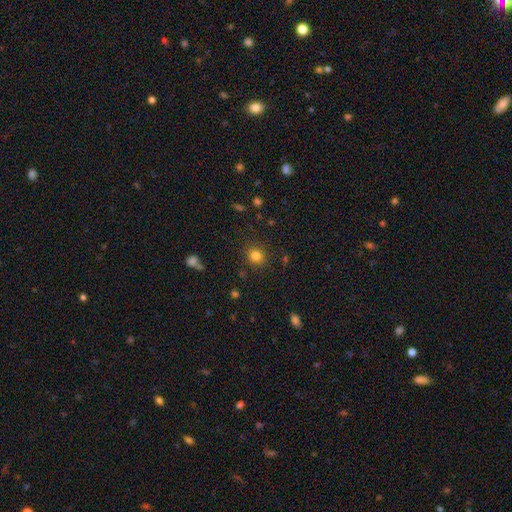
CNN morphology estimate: The model was most divided on "smooth or featured": smooth: 82%, star or artifact: 13%, featured or disk: 5%. More confident: merging — none (87%); how rounded — round (87%).